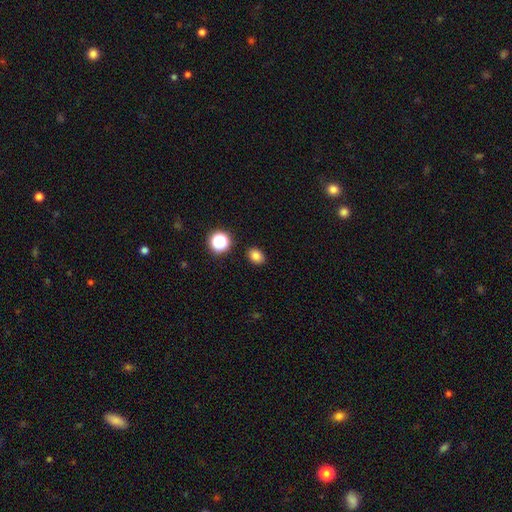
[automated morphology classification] This is clearly a smooth galaxy (81%). How rounded: likely in between (60%). Merging: clearly none (88%).